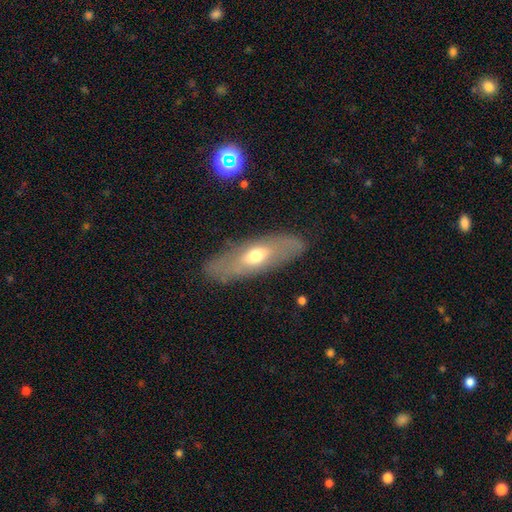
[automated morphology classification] featured or disk 47% (tied), smooth 47% (tied), star or artifact 7%. Down the decision tree: merging — none (80%).